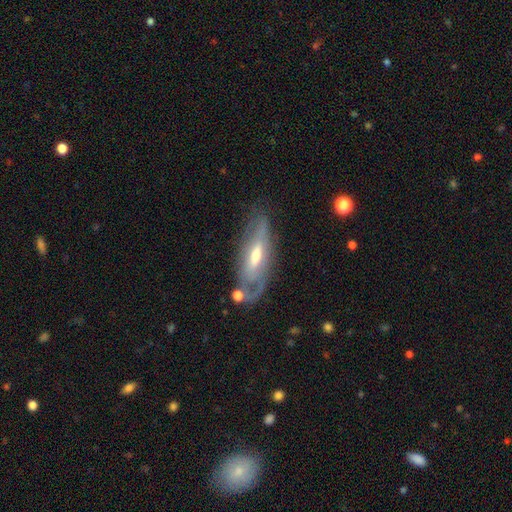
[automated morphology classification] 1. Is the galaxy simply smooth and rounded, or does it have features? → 72% featured or disk, 21% smooth, 7% star or artifact.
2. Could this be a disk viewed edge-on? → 66% no, 34% yes.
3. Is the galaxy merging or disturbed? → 60% none, 22% minor disturbance, 11% major disturbance, 6% merger.